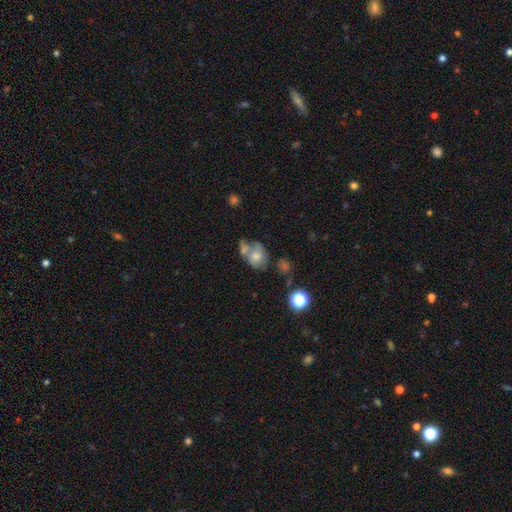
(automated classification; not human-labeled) Smooth or featured? smooth (56%)
How rounded? in between (58%)
Merging? merger (43%)